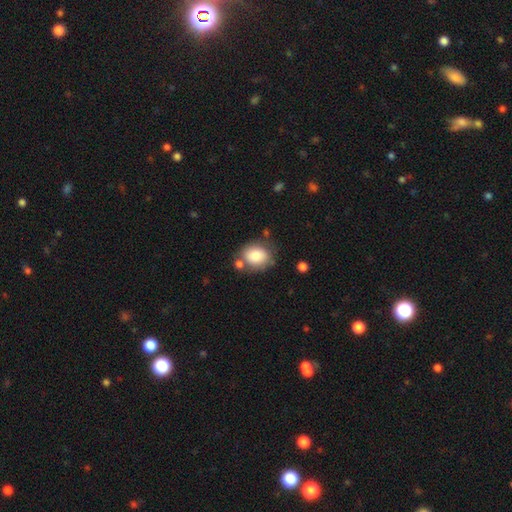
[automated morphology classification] smooth-or-featured: smooth: 81% | featured or disk: 11% | star or artifact: 8%
  how-rounded: round: 57% | in between: 42% | cigar-shaped: 1%
  merging: none: 67% | minor disturbance: 15% | merger: 13% | major disturbance: 5%